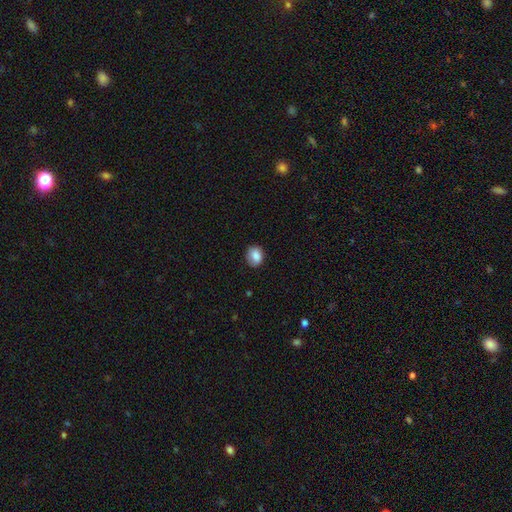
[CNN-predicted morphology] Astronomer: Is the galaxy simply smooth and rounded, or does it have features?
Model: smooth — 85%.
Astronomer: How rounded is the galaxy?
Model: round — 50% (runner-up: in between, 49%).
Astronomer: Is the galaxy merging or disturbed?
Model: none — 78%.